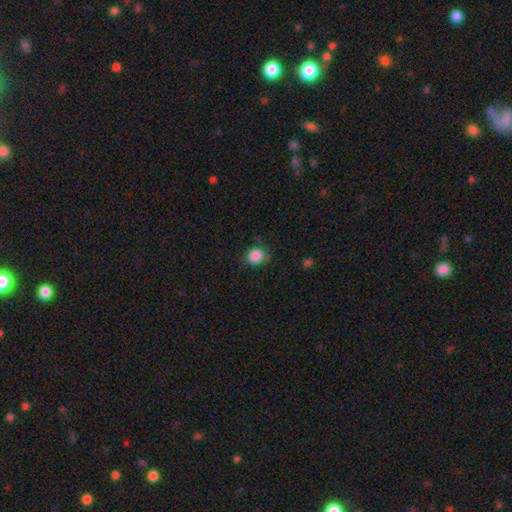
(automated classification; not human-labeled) Smooth or featured? smooth (86%)
How rounded? round (72%)
Merging? none (76%)